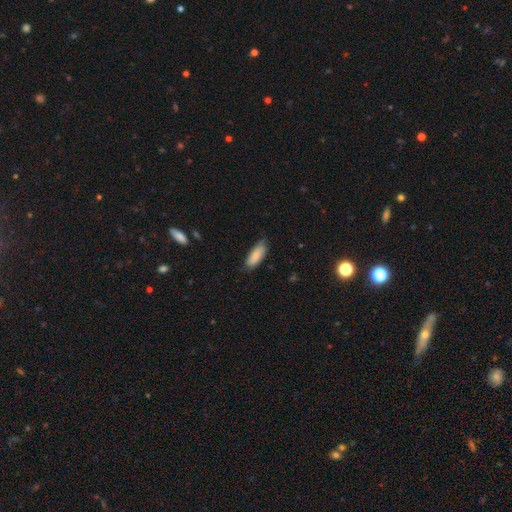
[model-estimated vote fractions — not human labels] Overall: smooth (86%). How rounded: in between (71%). Merging: none (73%).